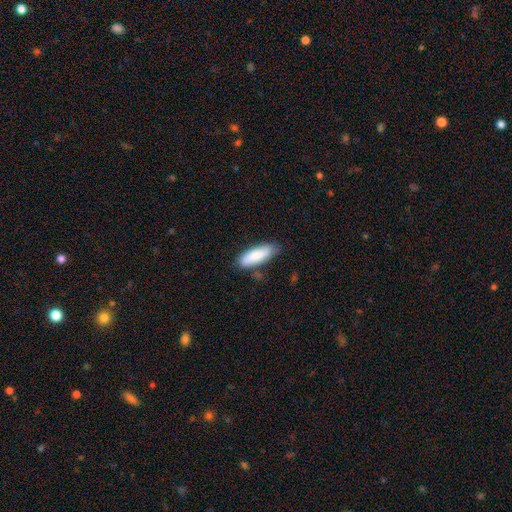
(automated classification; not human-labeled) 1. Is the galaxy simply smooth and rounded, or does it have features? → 83% smooth, 11% featured or disk, 6% star or artifact.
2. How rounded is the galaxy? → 60% in between, 38% cigar-shaped, 2% round.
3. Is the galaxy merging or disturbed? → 77% none, 17% minor disturbance, 3% major disturbance, 3% merger.